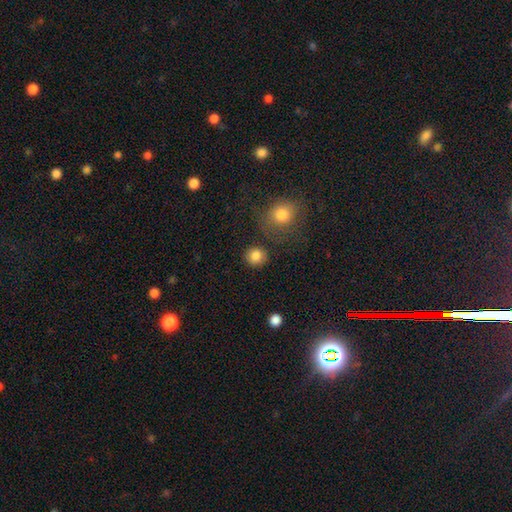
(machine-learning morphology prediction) This is clearly a smooth galaxy (84%). How rounded: clearly round (89%). Merging: clearly none (85%).